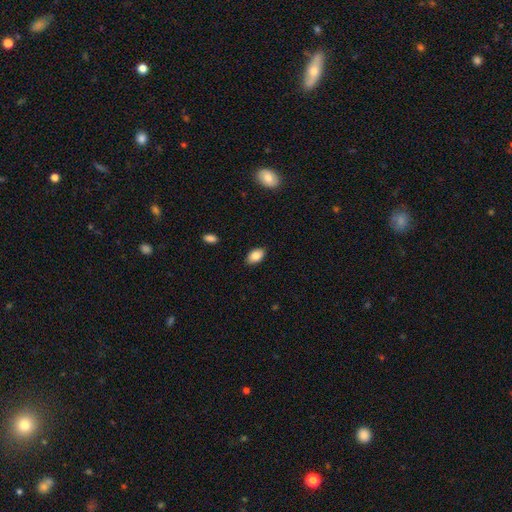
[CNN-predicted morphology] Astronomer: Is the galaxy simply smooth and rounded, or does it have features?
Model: smooth — 86%.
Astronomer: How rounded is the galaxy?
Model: in between — 92%.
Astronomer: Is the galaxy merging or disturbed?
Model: none — 87%.